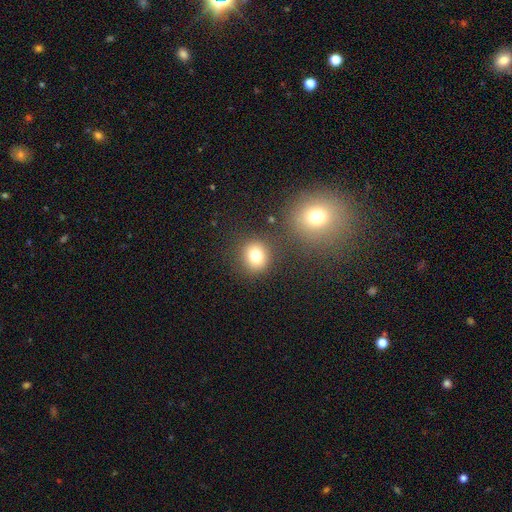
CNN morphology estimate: Smooth or featured?
  - smooth: 76% *
  - star or artifact: 14%
  - featured or disk: 10%
How rounded?
  - round: 82% *
  - in between: 17%
  - cigar-shaped: 1%
Merging?
  - none: 82% *
  - minor disturbance: 9%
  - merger: 6%
  - major disturbance: 4%